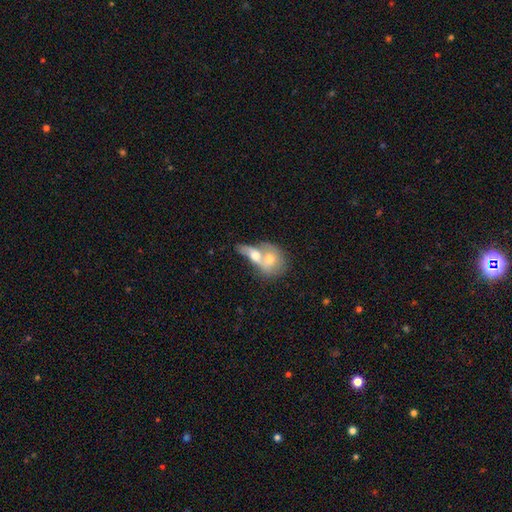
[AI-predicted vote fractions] smooth-or-featured: smooth: 46% | featured or disk: 40% | star or artifact: 14%
  merging: merger: 60% | none: 27% | minor disturbance: 8% | major disturbance: 6%